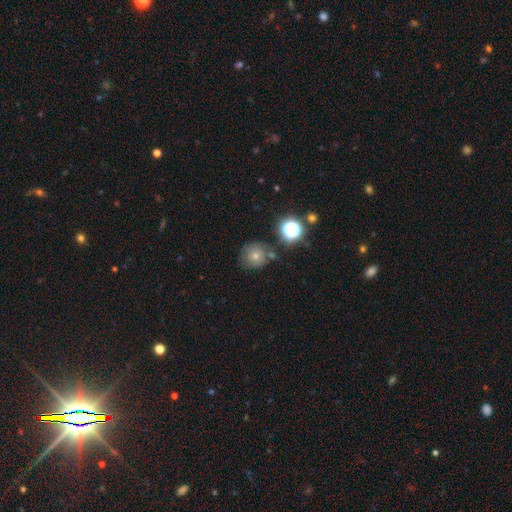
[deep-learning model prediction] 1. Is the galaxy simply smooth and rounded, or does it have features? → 65% smooth, 18% star or artifact, 17% featured or disk.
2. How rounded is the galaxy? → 91% round, 8% in between, 1% cigar-shaped.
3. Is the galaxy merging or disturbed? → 68% none, 16% minor disturbance, 11% merger, 5% major disturbance.